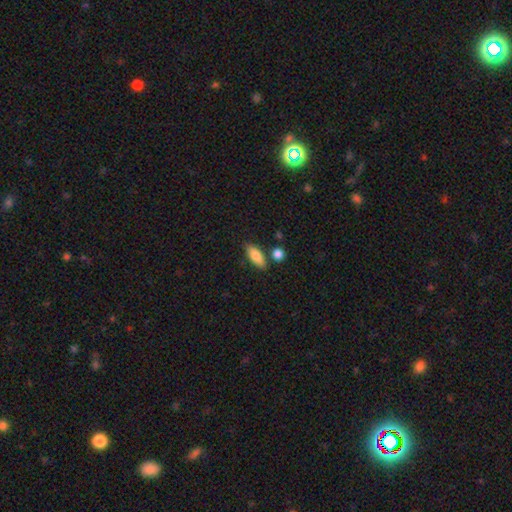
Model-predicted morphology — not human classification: Smooth or featured: smooth — 82% (featured or disk — 11%)
How rounded: in between — 76% (cigar-shaped — 21%)
Merging: none — 76% (minor disturbance — 12%)